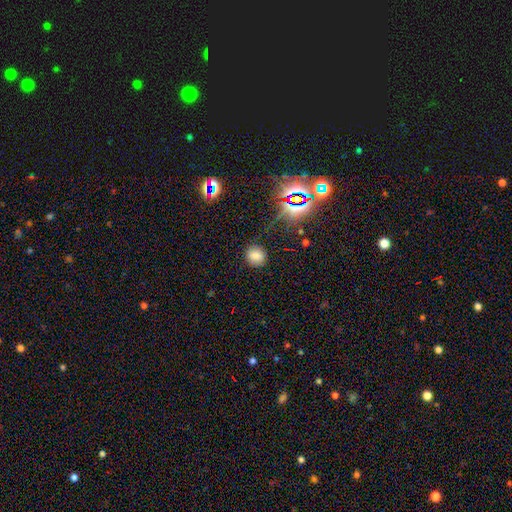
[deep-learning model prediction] Smooth or featured? Predicted: smooth (p=0.74). How rounded? Predicted: round (p=0.75). Merging? Predicted: none (p=0.84).